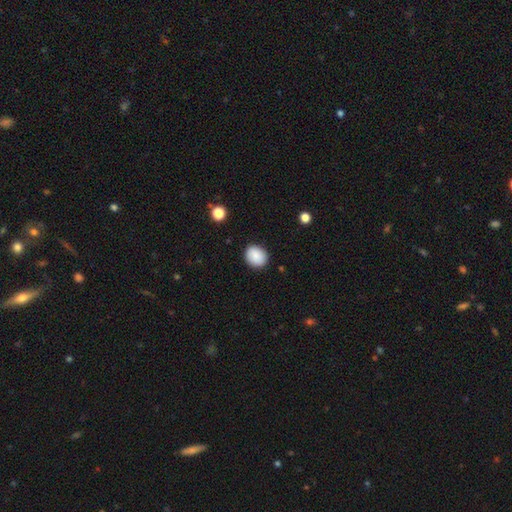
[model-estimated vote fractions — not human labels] This is clearly a smooth galaxy (87%). How rounded: likely round (63%). Merging: clearly none (87%).